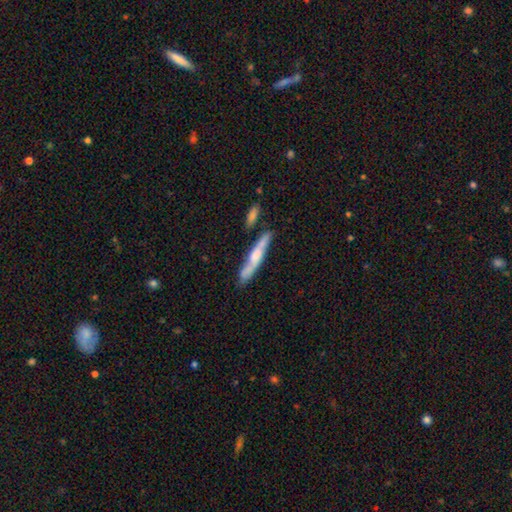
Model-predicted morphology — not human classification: This is possibly a featured or disk galaxy (56%). It is likely viewed edge-on (78%). Merging: likely none (73%).